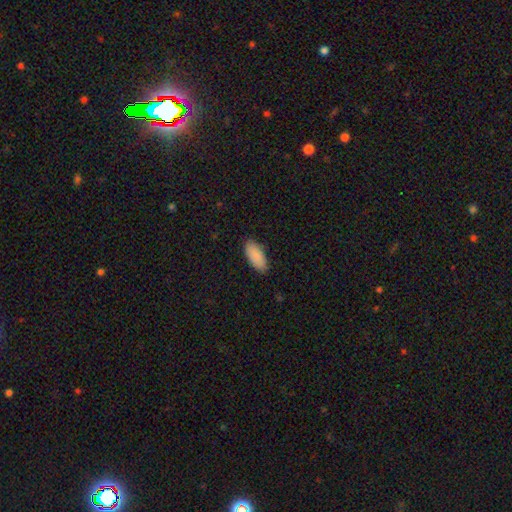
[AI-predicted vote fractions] Smooth or featured? smooth (90%)
How rounded? in between (89%)
Merging? none (85%)